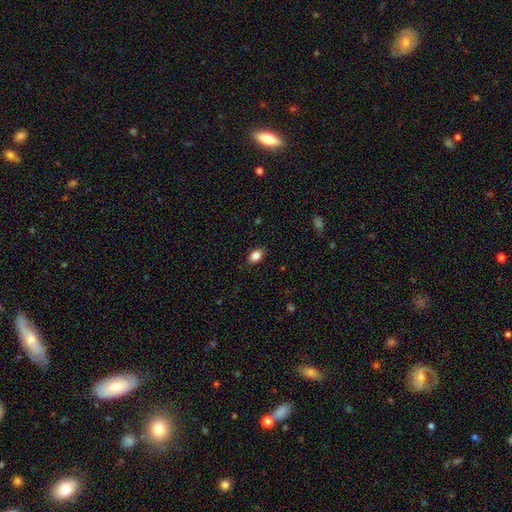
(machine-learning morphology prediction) Smooth or featured? Predicted: smooth (p=0.85). How rounded? Predicted: in between (p=0.82). Merging? Predicted: none (p=0.87).